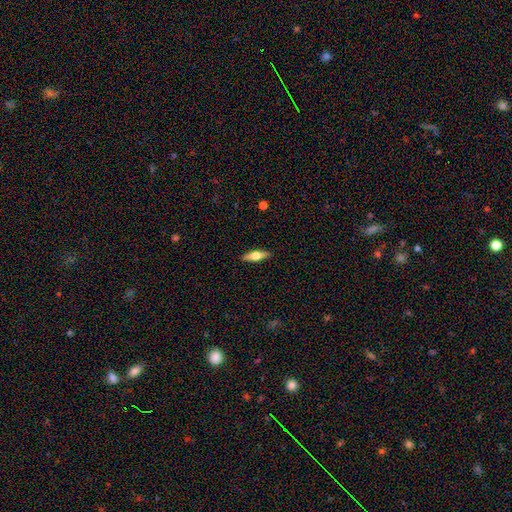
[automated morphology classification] Smooth or featured? smooth (47%, tied with featured or disk)
Merging? none (90%)